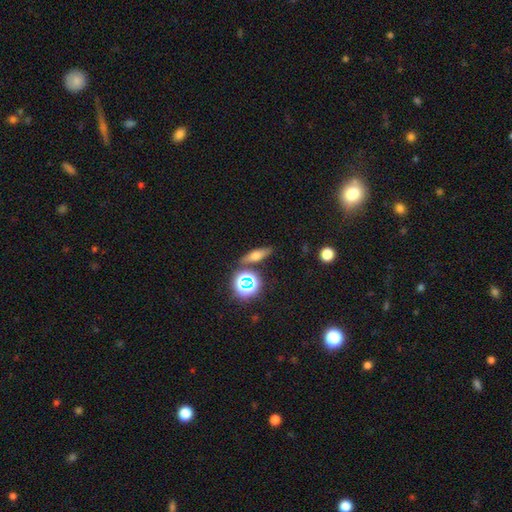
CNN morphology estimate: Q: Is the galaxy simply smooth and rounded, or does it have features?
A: smooth — 52%.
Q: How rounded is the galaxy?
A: cigar-shaped — 44%.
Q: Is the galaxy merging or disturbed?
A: none — 80%.